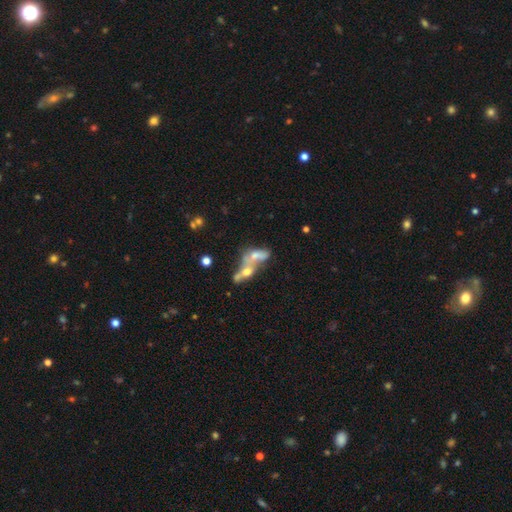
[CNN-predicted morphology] This appears to be a smooth galaxy with no disk features (48%). Merging: merger (72%).